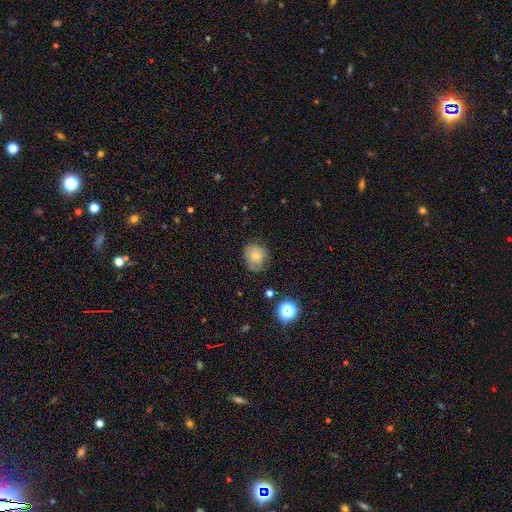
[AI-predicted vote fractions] Smooth or featured?
  - smooth: 62% *
  - featured or disk: 27%
  - star or artifact: 12%
How rounded?
  - round: 67% *
  - in between: 32%
  - cigar-shaped: 1%
Merging?
  - none: 63% *
  - minor disturbance: 27%
  - major disturbance: 8%
  - merger: 2%